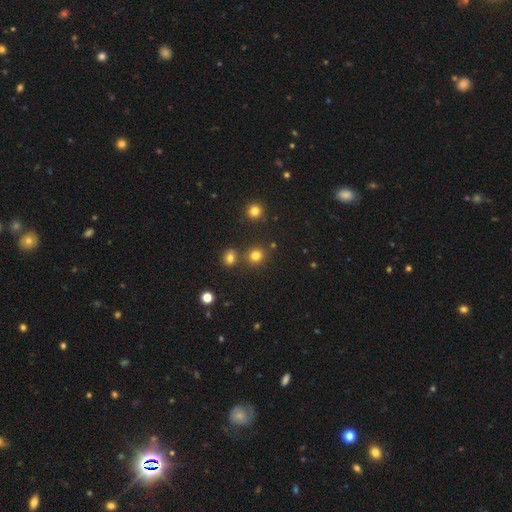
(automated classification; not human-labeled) Smooth or featured: smooth — 78% (star or artifact — 17%)
How rounded: round — 89% (in between — 10%)
Merging: none — 80% (merger — 11%)